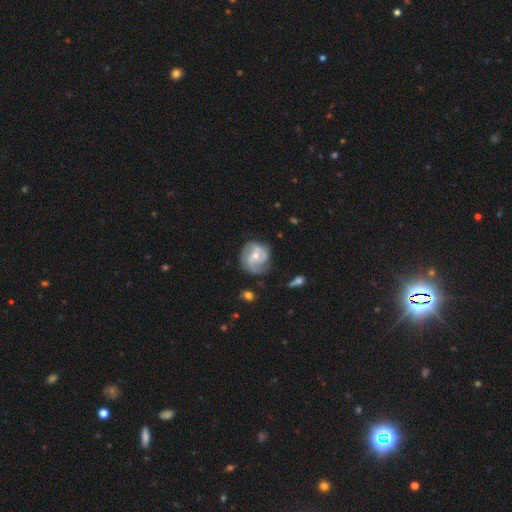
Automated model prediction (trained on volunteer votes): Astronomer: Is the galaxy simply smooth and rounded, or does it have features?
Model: featured or disk — 77%.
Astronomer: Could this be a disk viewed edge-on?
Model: no — 98%.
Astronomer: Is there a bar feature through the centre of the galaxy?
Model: no — 55% (runner-up: weak, 36%).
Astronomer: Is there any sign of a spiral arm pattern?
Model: yes — 91%.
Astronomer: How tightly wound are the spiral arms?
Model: tight — 44% (runner-up: medium, 41%).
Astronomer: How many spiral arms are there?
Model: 2 — 47% (runner-up: 3, 24%).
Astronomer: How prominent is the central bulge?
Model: moderate — 52% (runner-up: small, 44%).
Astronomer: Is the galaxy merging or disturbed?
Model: none — 67%.